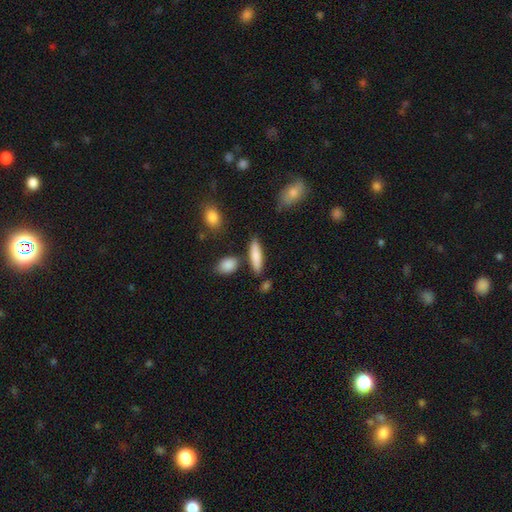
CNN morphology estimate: smooth-or-featured: smooth: 78% | featured or disk: 15% | star or artifact: 6%
  how-rounded: cigar-shaped: 68% | in between: 29% | round: 3%
  merging: none: 81% | minor disturbance: 11% | merger: 6% | major disturbance: 3%